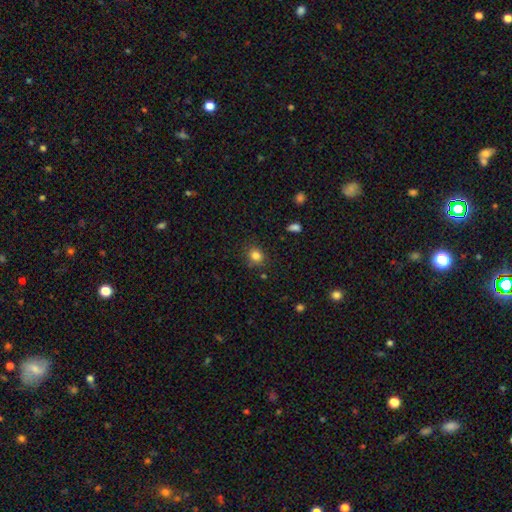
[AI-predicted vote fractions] This appears to be a smooth galaxy with no disk features (82%) that is round (71%). Merging: none (83%).